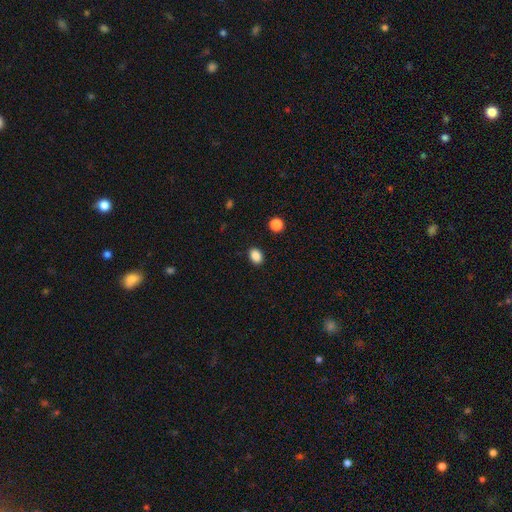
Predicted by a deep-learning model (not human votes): Smooth or featured?
  - smooth: 88% *
  - star or artifact: 9%
  - featured or disk: 3%
How rounded?
  - in between: 71% *
  - round: 28%
  - cigar-shaped: 1%
Merging?
  - none: 89% *
  - minor disturbance: 7%
  - major disturbance: 2%
  - merger: 1%